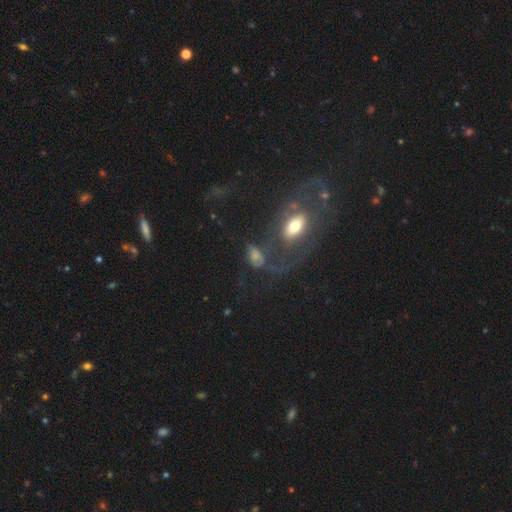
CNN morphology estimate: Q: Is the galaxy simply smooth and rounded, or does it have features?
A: featured or disk — 45%.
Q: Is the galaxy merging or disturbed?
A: none — 36%.